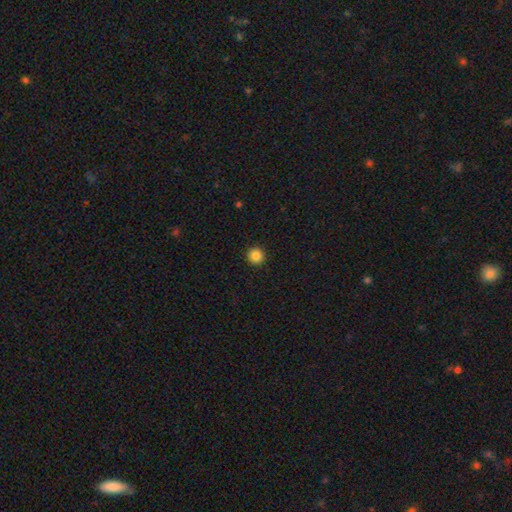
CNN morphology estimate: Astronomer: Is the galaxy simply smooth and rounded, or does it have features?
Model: smooth — 86%.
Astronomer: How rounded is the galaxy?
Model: round — 96%.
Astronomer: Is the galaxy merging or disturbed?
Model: none — 93%.